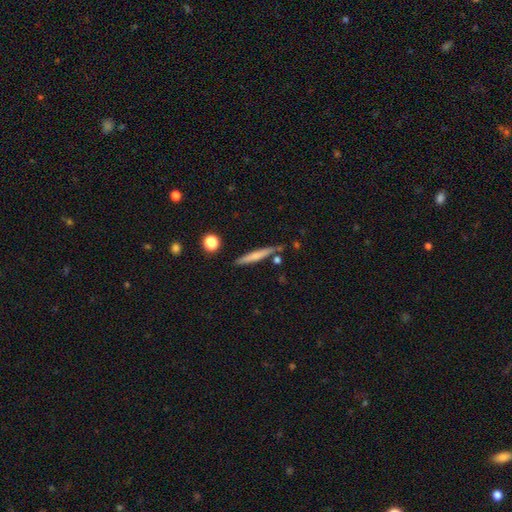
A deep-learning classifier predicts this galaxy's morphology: type=smooth (61%); roundness=cigar-shaped (93%); merging=none (81%).